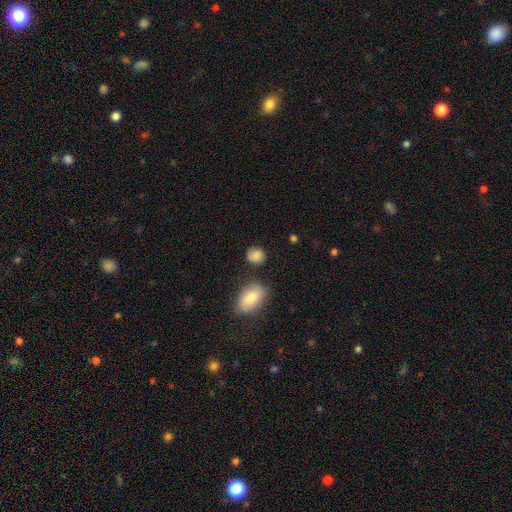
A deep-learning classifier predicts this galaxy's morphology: smooth_or_featured: smooth (p=0.82) [alt: featured or disk p=0.10]
how_rounded: round (p=0.69) [alt: in between p=0.29]
merging: none (p=0.70) [alt: minor disturbance p=0.19]